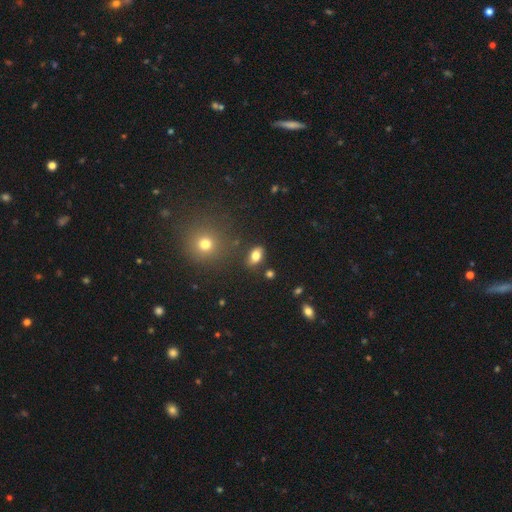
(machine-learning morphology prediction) Smooth or featured? smooth (79%)
How rounded? in between (87%)
Merging? none (82%)